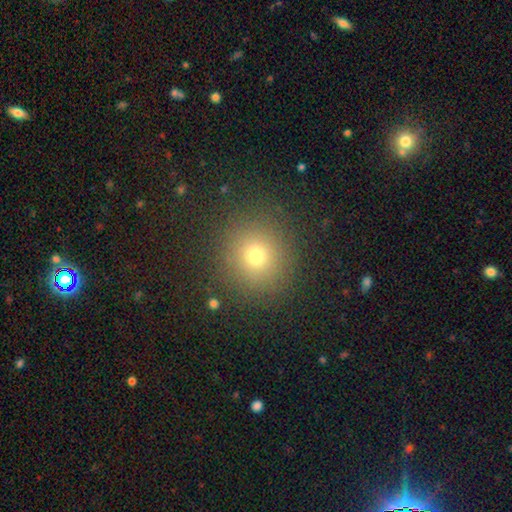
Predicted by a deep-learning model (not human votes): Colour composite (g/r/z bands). It shows a smooth galaxy with no disk features (73%) that is round (90%). Merging: none (88%).